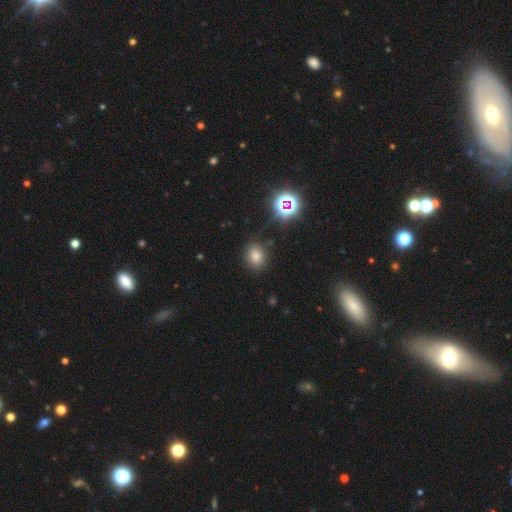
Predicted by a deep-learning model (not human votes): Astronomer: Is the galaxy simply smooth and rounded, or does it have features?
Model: smooth — 74%.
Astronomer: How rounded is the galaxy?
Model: round — 58% (runner-up: in between, 41%).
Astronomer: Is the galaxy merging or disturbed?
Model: none — 84%.